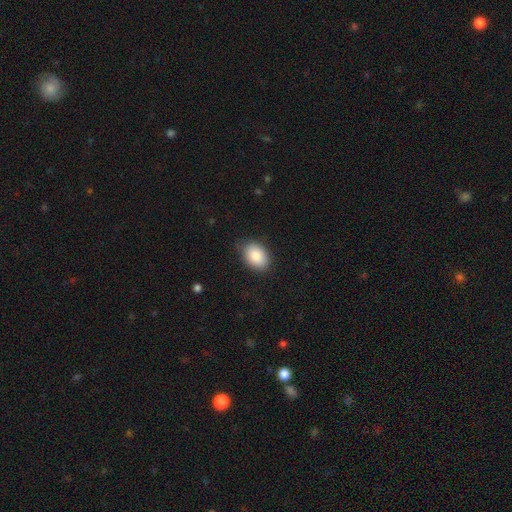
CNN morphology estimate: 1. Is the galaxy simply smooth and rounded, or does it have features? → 85% smooth, 8% featured or disk, 7% star or artifact.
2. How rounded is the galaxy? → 81% in between, 18% round, 1% cigar-shaped.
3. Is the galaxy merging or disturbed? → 80% none, 16% minor disturbance, 3% major disturbance, 1% merger.